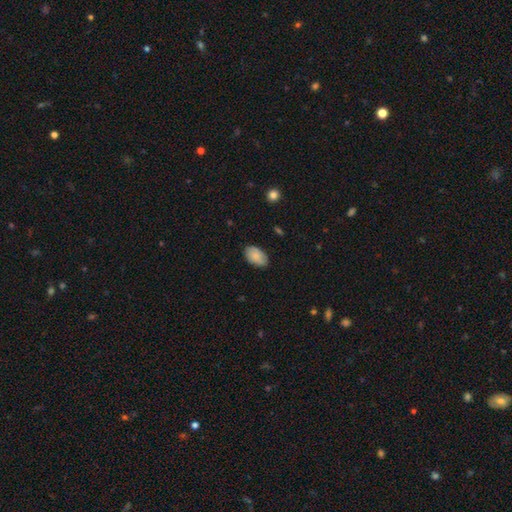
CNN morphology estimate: Q: Smooth or featured?
A: smooth (84%); runner-up: featured or disk (9%)
Q: How rounded?
A: in between (93%); runner-up: round (6%)
Q: Merging?
A: none (81%); runner-up: minor disturbance (16%)